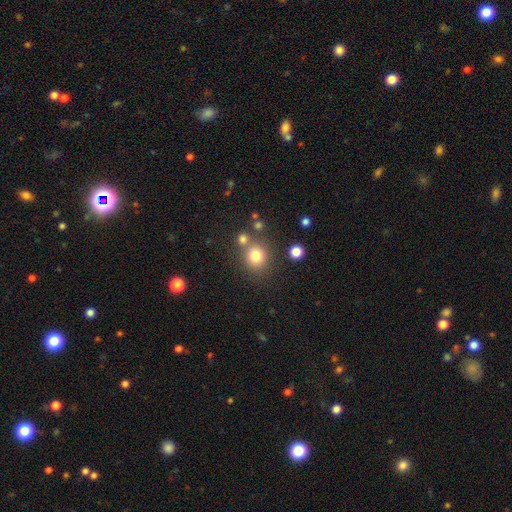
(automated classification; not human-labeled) This is likely a smooth galaxy (78%). How rounded: clearly round (88%). Merging: likely none (72%).